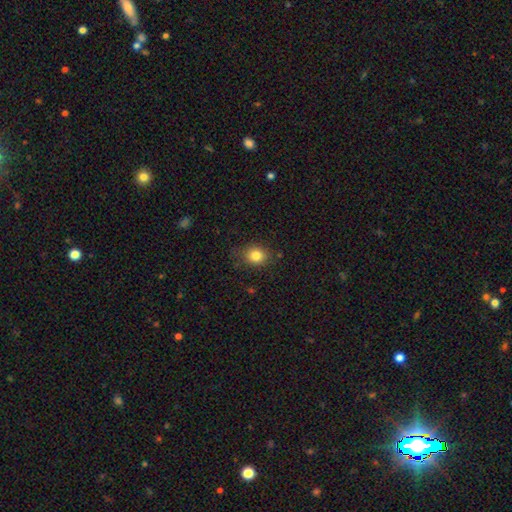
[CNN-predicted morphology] The model was most divided on "how rounded": round: 65%, in between: 34%, cigar-shaped: 1%. More confident: smooth or featured — smooth (82%); merging — none (81%).